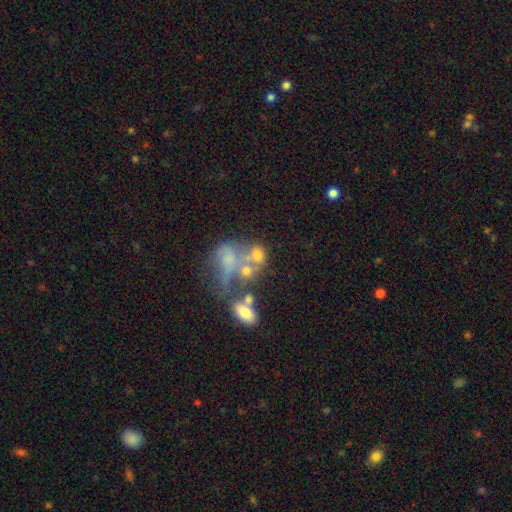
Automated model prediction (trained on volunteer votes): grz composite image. It shows a featured or disk galaxy (45%). Merging: merger (48%).